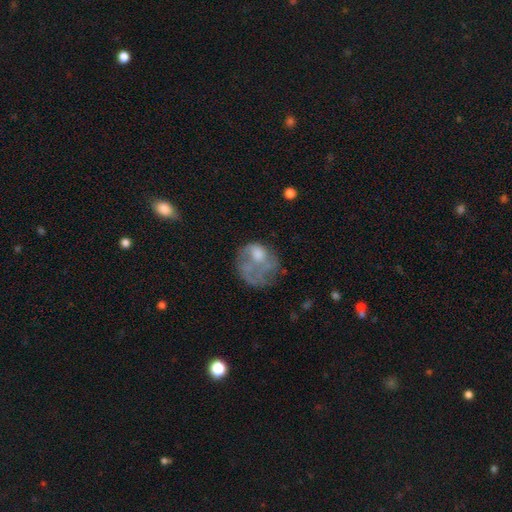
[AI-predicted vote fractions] This appears to be a smooth galaxy with no disk features (45%). Merging: major disturbance (39%).